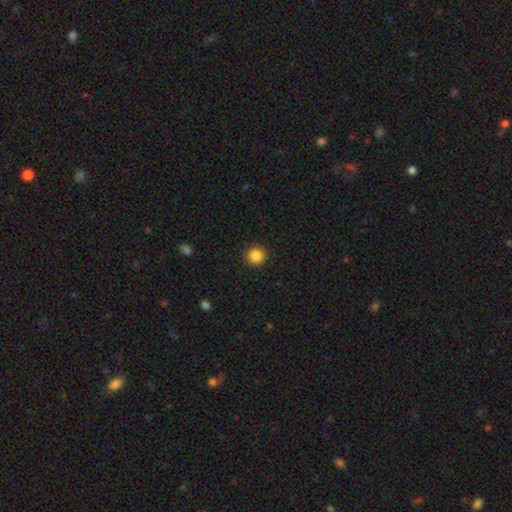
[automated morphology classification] Overall: smooth (86%). How rounded: round (95%). Merging: none (92%).